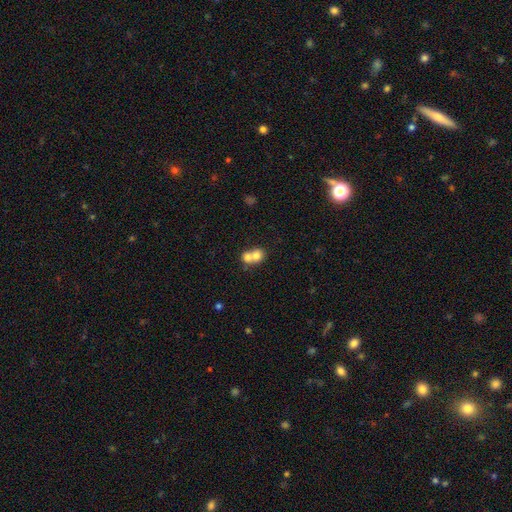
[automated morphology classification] smooth 73%, featured or disk 17%, star or artifact 10%. Down the decision tree: how rounded — round (73%); merging — merger (70%).